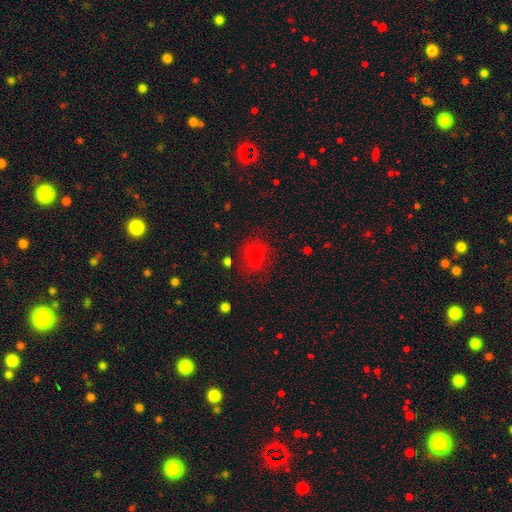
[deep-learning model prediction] smooth_or_featured: smooth (p=0.62) [alt: featured or disk p=0.23]
how_rounded: round (p=0.69) [alt: in between p=0.30]
merging: none (p=0.74) [alt: minor disturbance p=0.16]